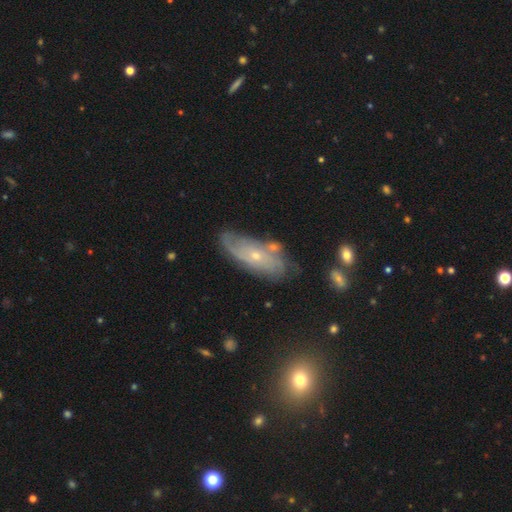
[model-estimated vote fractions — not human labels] Overall: featured or disk (68%). Edge-on disk: no (87%). Bar: no (78%). Spiral arms: yes (81%). Bulge size: small (74%). Merging: none (62%; minor disturbance 23%).